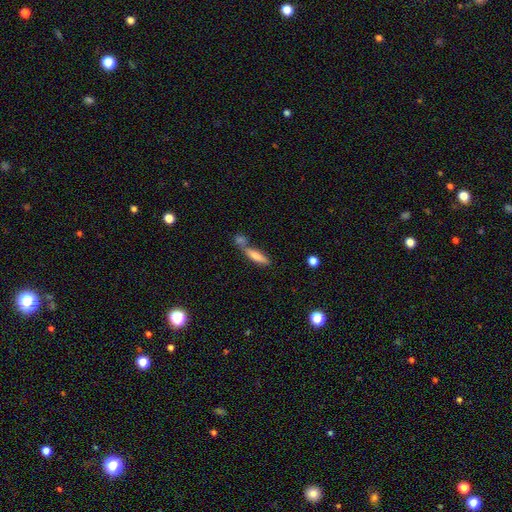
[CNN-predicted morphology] Q: Smooth or featured?
A: smooth (67%); runner-up: featured or disk (25%)
Q: How rounded?
A: cigar-shaped (73%); runner-up: in between (25%)
Q: Merging?
A: none (44%); runner-up: merger (40%)